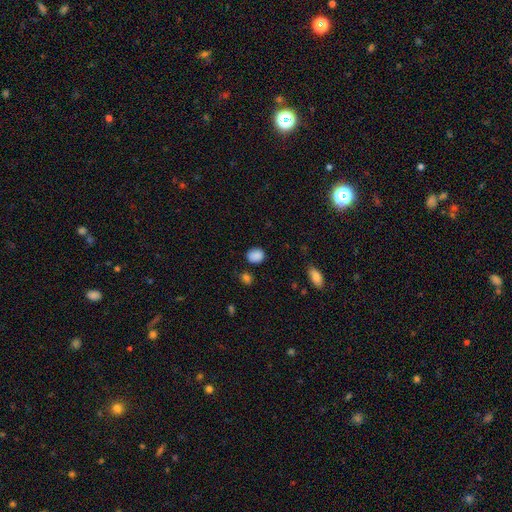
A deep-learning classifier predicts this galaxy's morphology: A smooth galaxy with no disk features (87%) that is in between round and cigar-shaped (50%).

Vote fractions:
- Smooth or featured? smooth: 87% / star or artifact: 9% / featured or disk: 3%
- How rounded? in between: 50% / round: 49% / cigar-shaped: 1%
- Merging? none: 81% / minor disturbance: 13% / major disturbance: 3% / merger: 3%